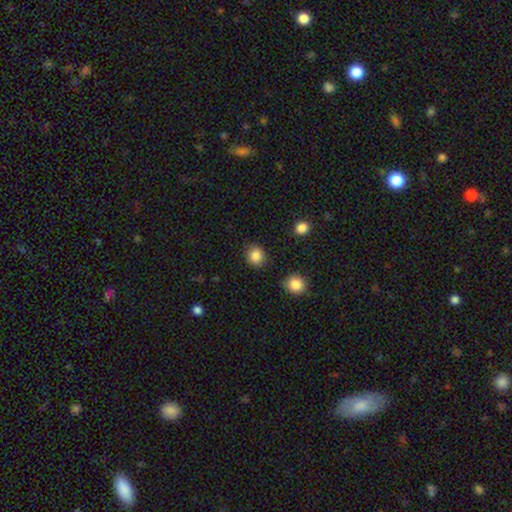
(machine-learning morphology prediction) smooth_or_featured: smooth (p=0.87) [alt: star or artifact p=0.09]
how_rounded: round (p=0.84) [alt: in between p=0.15]
merging: none (p=0.86) [alt: minor disturbance p=0.09]